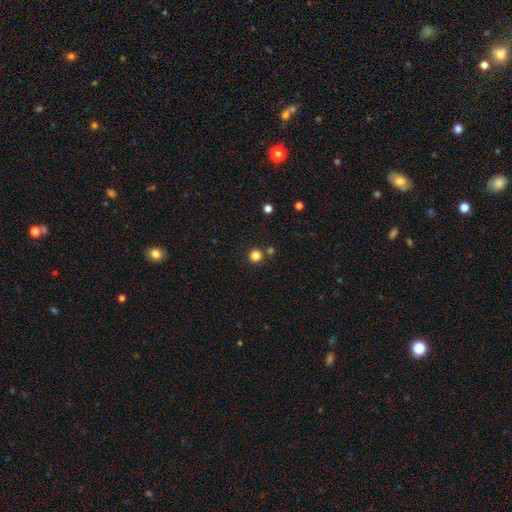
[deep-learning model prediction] smooth_or_featured: smooth (p=0.82) [alt: star or artifact p=0.13]
how_rounded: round (p=0.95) [alt: in between p=0.04]
merging: none (p=0.84) [alt: merger p=0.08]